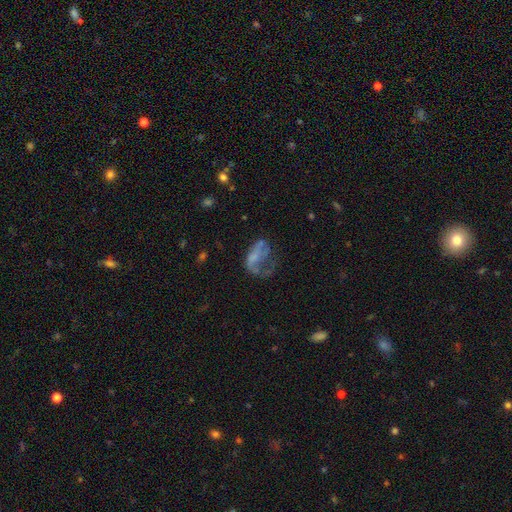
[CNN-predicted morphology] Q: Smooth or featured?
A: featured or disk (53%); runner-up: smooth (34%)
Q: Edge-on disk?
A: no (97%); runner-up: yes (3%)
Q: Bar?
A: no (76%); runner-up: weak (18%)
Q: Spiral arms?
A: no (61%); runner-up: yes (39%)
Q: Bulge size?
A: none (66%); runner-up: small (18%)
Q: Merging?
A: major disturbance (55%); runner-up: none (23%)